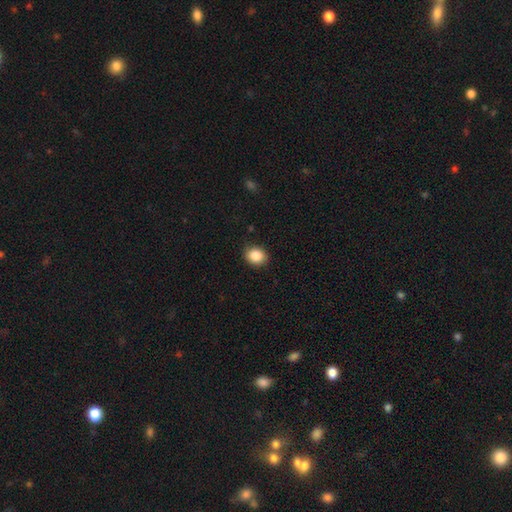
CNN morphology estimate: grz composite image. It shows a smooth galaxy with no disk features (87%) that is round (63%). Merging: none (87%).